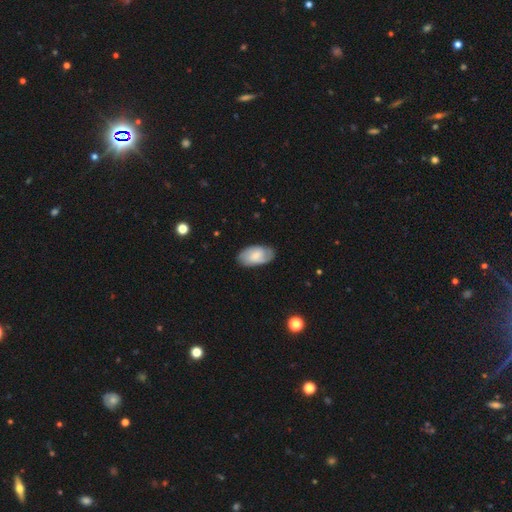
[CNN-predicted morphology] smooth-or-featured: smooth: 52% | featured or disk: 41% | star or artifact: 7%
  how-rounded: in between: 94% | round: 4% | cigar-shaped: 2%
  merging: none: 78% | minor disturbance: 17% | major disturbance: 4% | merger: 1%